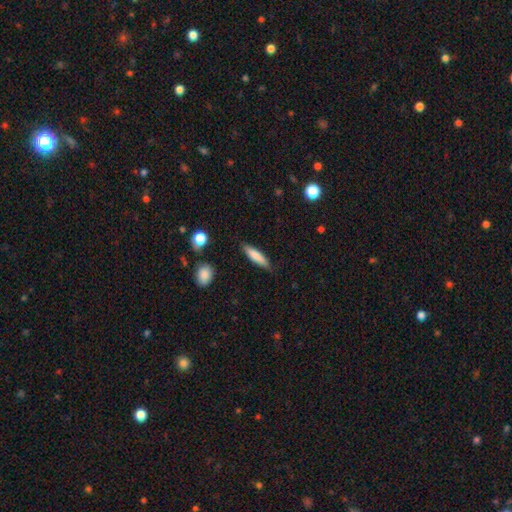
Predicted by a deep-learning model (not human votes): The model was most divided on "how rounded": cigar-shaped: 74%, in between: 24%, round: 2%. More confident: merging — none (84%); smooth or featured — smooth (80%).